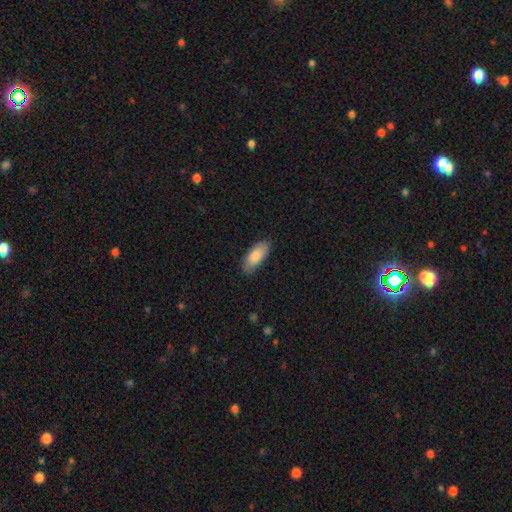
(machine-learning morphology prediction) A smooth galaxy with no disk features (86%) that is in between round and cigar-shaped (86%).

Vote fractions:
- Smooth or featured? smooth: 86% / featured or disk: 9% / star or artifact: 5%
- How rounded? in between: 86% / cigar-shaped: 13% / round: 2%
- Merging? none: 81% / minor disturbance: 15% / major disturbance: 3% / merger: 1%